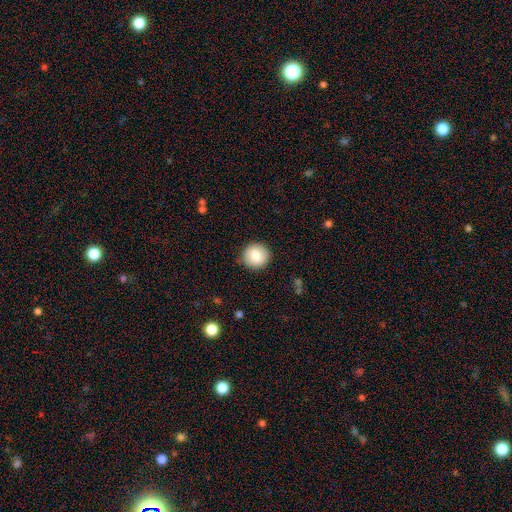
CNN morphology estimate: Q: Smooth or featured?
A: smooth (80%); runner-up: featured or disk (12%)
Q: How rounded?
A: round (91%); runner-up: in between (8%)
Q: Merging?
A: none (89%); runner-up: minor disturbance (8%)